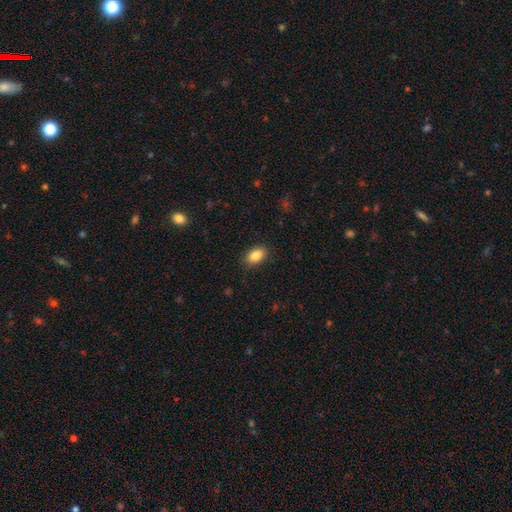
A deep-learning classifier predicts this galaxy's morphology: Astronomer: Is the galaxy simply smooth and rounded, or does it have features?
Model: smooth — 86%.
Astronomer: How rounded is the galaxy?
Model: in between — 90%.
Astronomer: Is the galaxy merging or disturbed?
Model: none — 88%.